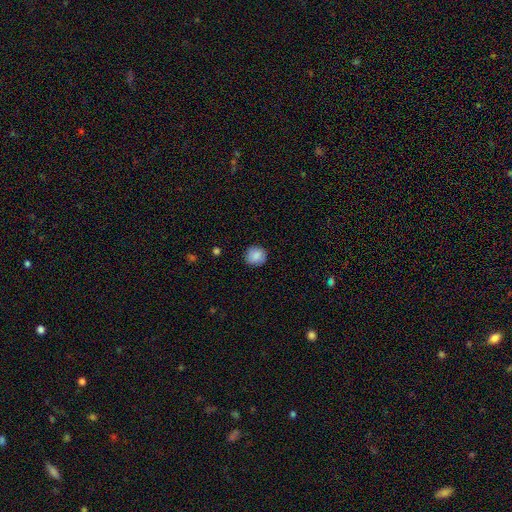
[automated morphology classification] Q: Smooth or featured?
A: smooth (87%); runner-up: star or artifact (8%)
Q: How rounded?
A: round (90%); runner-up: in between (10%)
Q: Merging?
A: none (87%); runner-up: minor disturbance (9%)